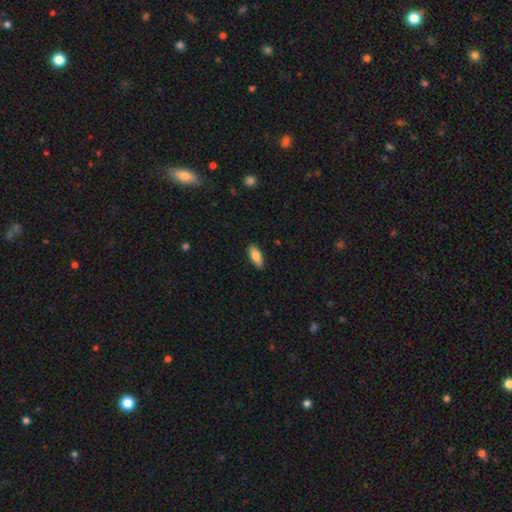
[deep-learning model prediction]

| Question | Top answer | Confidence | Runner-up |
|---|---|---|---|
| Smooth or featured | smooth | 83% | featured or disk (10%) |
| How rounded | in between | 80% | cigar-shaped (18%) |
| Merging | none | 88% | minor disturbance (10%) |